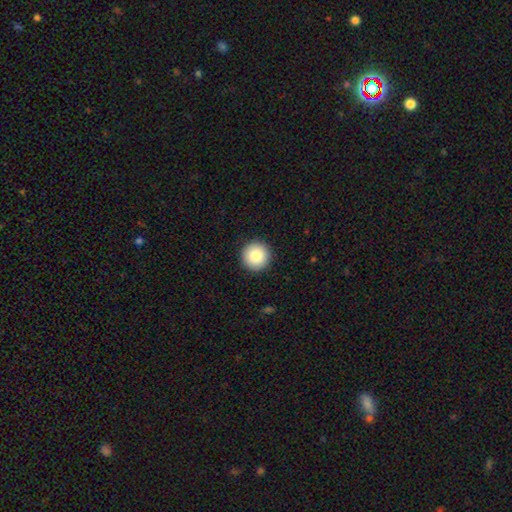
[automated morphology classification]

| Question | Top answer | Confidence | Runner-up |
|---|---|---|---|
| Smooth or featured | smooth | 84% | star or artifact (9%) |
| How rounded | round | 96% | in between (3%) |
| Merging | none | 93% | minor disturbance (5%) |